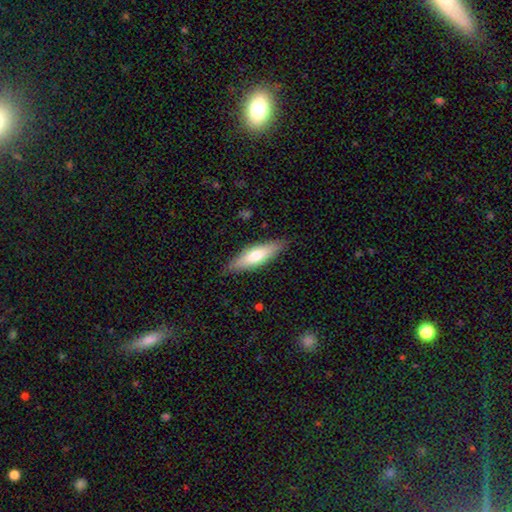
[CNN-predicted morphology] This appears to be a smooth galaxy with no disk features (64%) that is cigar-shaped (55%). Merging: none (85%).